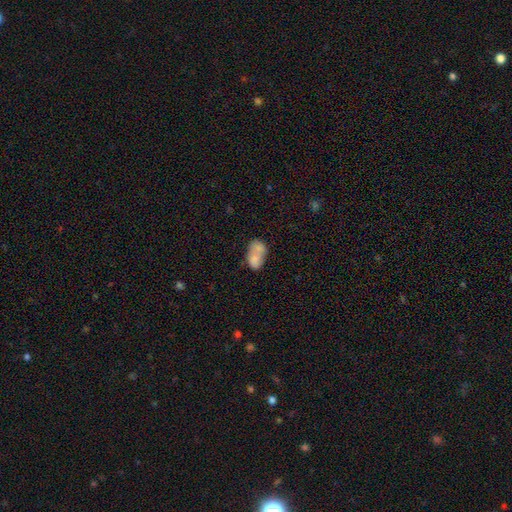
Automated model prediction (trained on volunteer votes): Smooth or featured?
  - smooth: 70% *
  - featured or disk: 21%
  - star or artifact: 9%
How rounded?
  - in between: 82% *
  - round: 16%
  - cigar-shaped: 2%
Merging?
  - merger: 54% *
  - none: 26%
  - minor disturbance: 13%
  - major disturbance: 7%